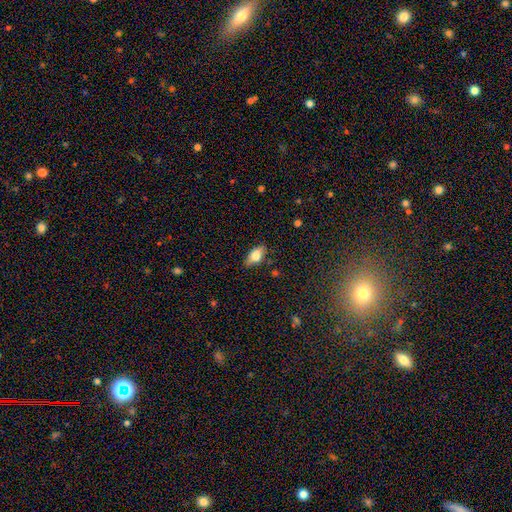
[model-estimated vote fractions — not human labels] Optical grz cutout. It shows a smooth galaxy with no disk features (74%) that is in between round and cigar-shaped (86%). Merging: none (80%).